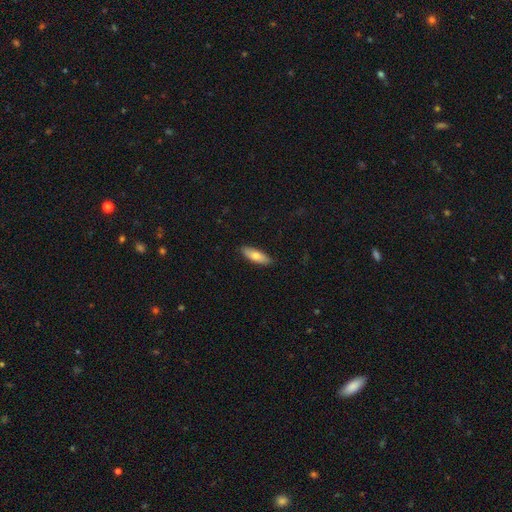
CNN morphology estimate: Smooth or featured: smooth — 75% (featured or disk — 19%)
How rounded: in between — 60% (cigar-shaped — 38%)
Merging: none — 88% (minor disturbance — 9%)